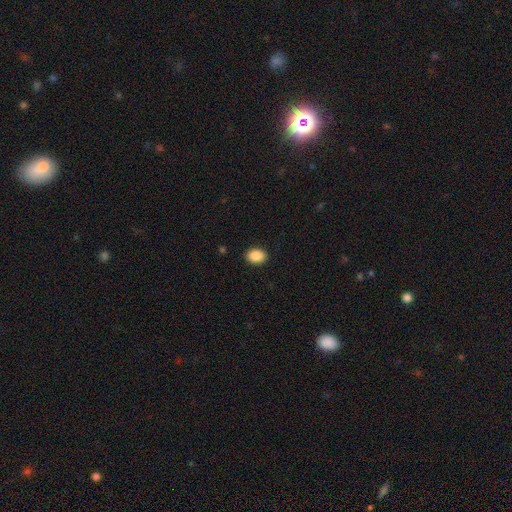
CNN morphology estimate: Overall: smooth (88%). How rounded: in between (71%). Merging: none (91%).